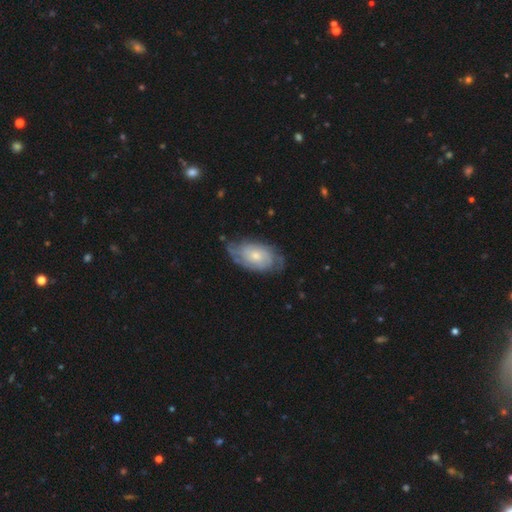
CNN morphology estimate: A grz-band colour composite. It shows a featured or disk galaxy (72%) with no bar (76%), tight (59%) spiral arms (90%) and a small central bulge (54%). Merging: none (65%).